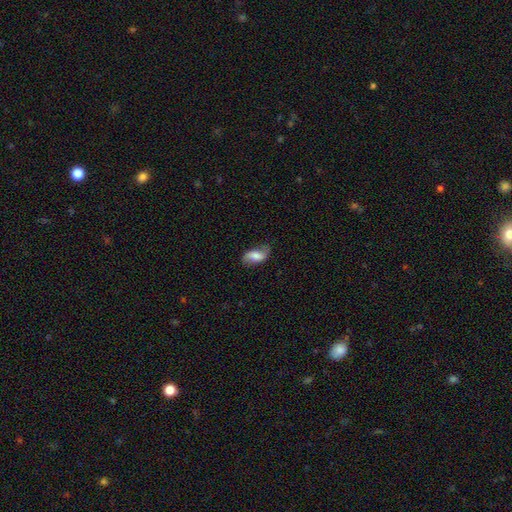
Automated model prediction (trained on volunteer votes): This appears to be a smooth galaxy with no disk features (52%) that is in between round and cigar-shaped (90%). Merging: none (71%).